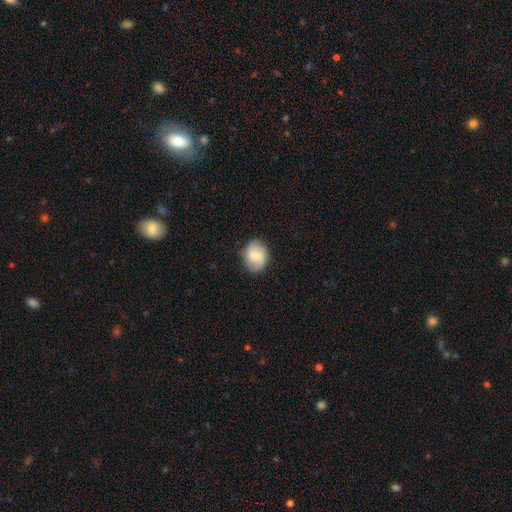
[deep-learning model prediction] Q: Smooth or featured?
A: smooth (69%); runner-up: featured or disk (24%)
Q: How rounded?
A: round (56%); runner-up: in between (43%)
Q: Merging?
A: none (81%); runner-up: minor disturbance (15%)